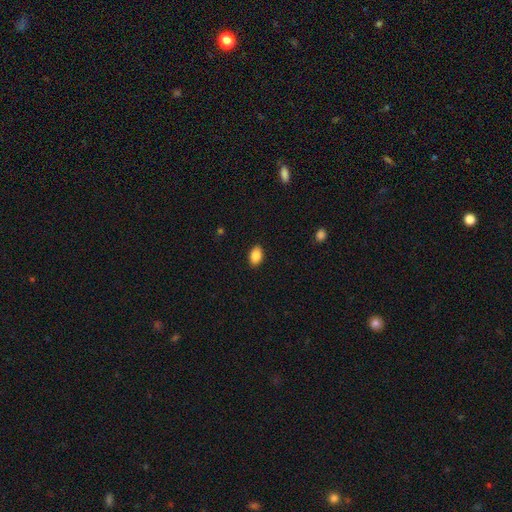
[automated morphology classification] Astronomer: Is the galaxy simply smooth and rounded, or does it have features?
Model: smooth — 87%.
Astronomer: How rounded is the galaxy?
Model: in between — 89%.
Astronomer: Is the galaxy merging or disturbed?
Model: none — 89%.